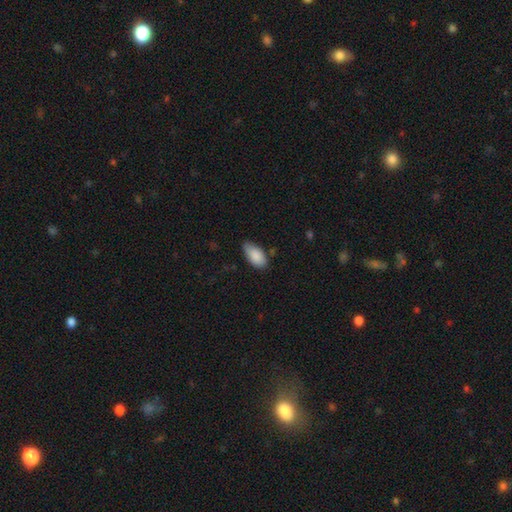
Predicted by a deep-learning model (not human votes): Overall: smooth (88%). How rounded: in between (93%). Merging: none (65%; minor disturbance 29%).